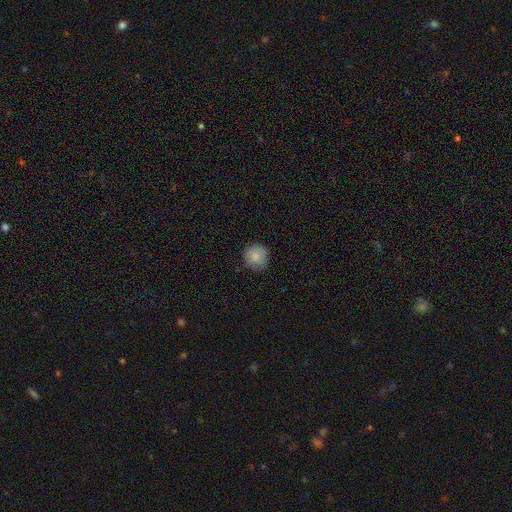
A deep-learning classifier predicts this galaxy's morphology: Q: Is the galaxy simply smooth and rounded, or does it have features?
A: smooth — 84%.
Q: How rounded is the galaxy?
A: round — 91%.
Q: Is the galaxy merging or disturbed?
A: none — 82%.